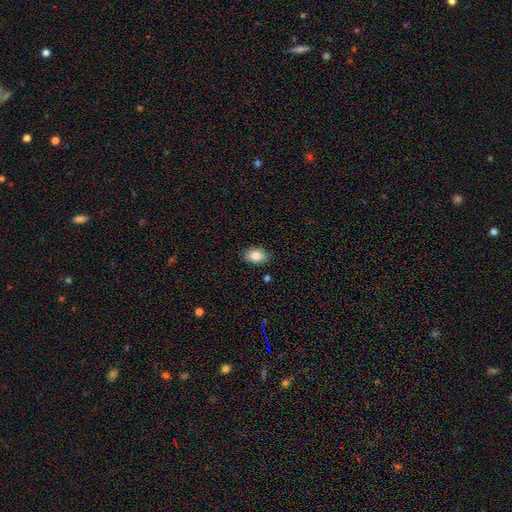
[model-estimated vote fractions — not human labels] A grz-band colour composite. It shows a smooth galaxy with no disk features (85%) that is in between round and cigar-shaped (86%). Merging: none (86%).